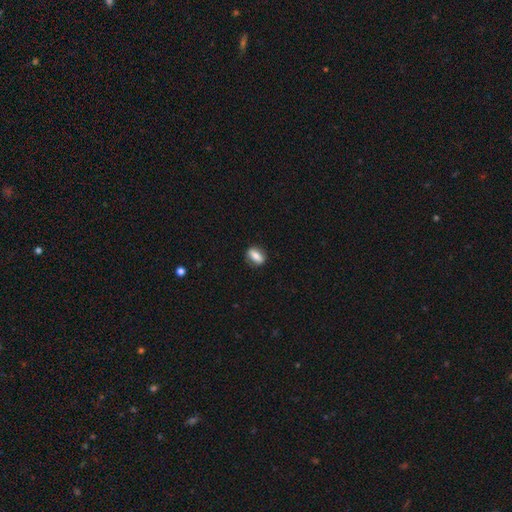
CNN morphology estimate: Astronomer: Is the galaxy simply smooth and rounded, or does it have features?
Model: smooth — 65%.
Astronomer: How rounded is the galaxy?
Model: in between — 72%.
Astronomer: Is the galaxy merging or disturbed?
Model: none — 85%.